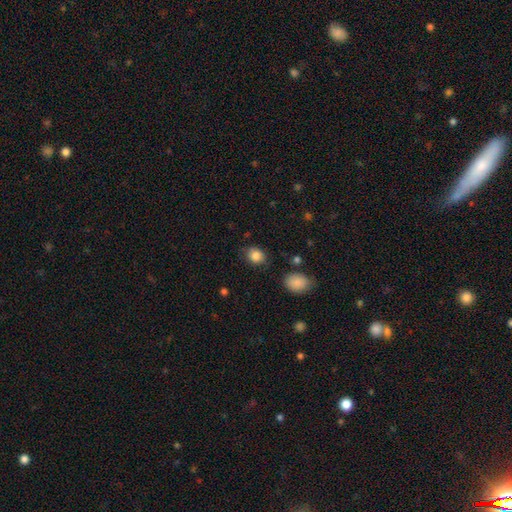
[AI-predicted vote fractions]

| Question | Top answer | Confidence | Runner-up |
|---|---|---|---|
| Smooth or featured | smooth | 84% | star or artifact (9%) |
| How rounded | round | 54% | in between (45%) |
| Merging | none | 78% | minor disturbance (16%) |